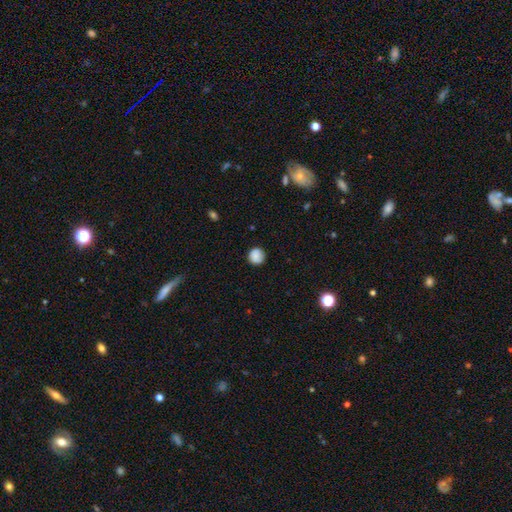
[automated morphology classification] This is clearly a smooth galaxy (86%). How rounded: clearly round (91%). Merging: clearly none (84%).